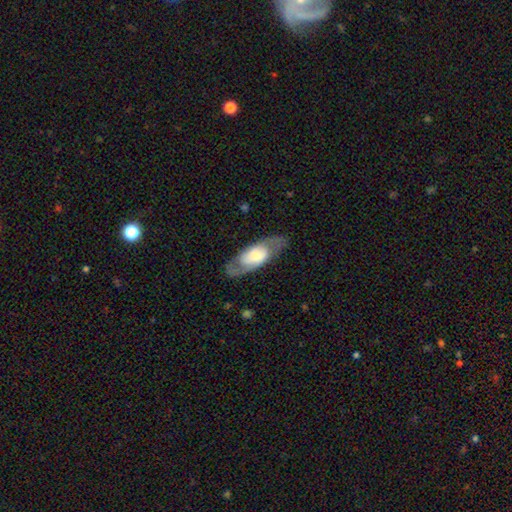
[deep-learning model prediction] Smooth or featured? featured or disk (59%)
Edge-on disk? no (82%)
Merging? none (77%)